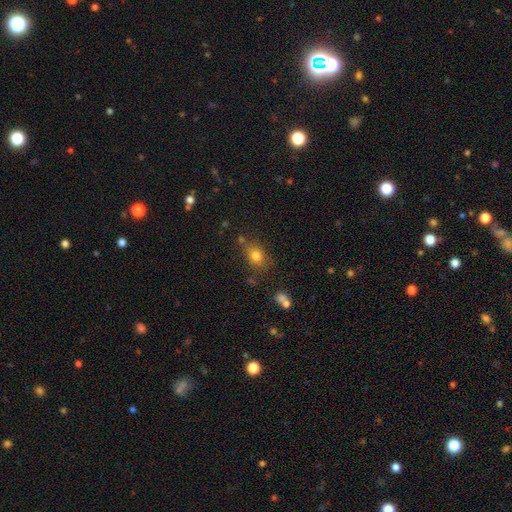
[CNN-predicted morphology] smooth-or-featured: smooth: 79% | star or artifact: 12% | featured or disk: 9%
  how-rounded: in between: 53% | round: 45% | cigar-shaped: 2%
  merging: none: 69% | minor disturbance: 17% | merger: 8% | major disturbance: 6%